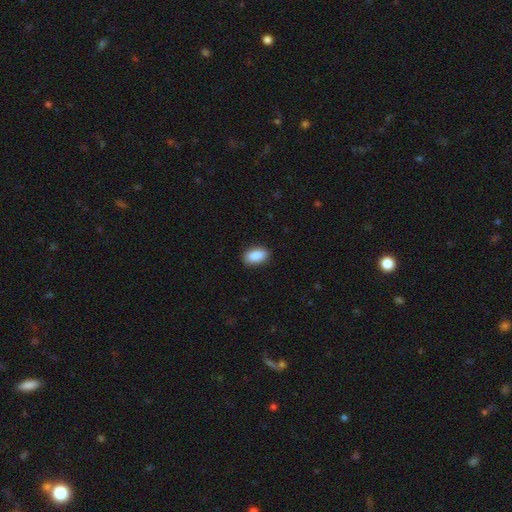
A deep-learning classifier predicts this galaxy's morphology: A smooth galaxy with no disk features (89%) that is in between round and cigar-shaped (92%). Merging: none (88%).